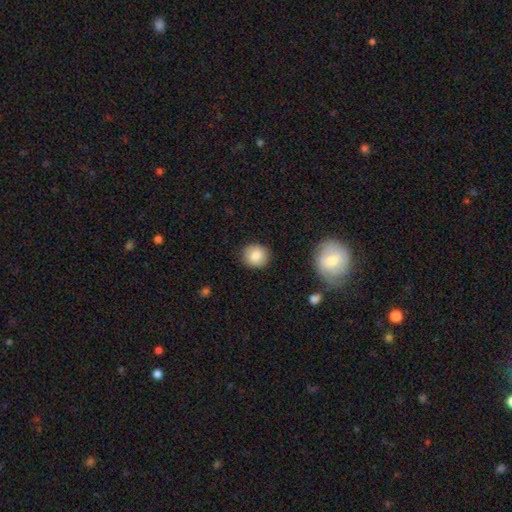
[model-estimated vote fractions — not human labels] This appears to be a smooth galaxy with no disk features (84%) that is round (84%). Merging: none (89%).